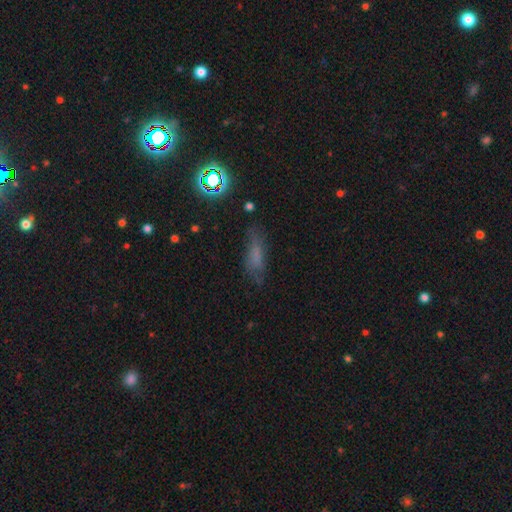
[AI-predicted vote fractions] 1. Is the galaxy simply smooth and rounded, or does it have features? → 54% smooth, 25% featured or disk, 22% star or artifact.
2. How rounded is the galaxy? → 49% in between, 46% cigar-shaped, 5% round.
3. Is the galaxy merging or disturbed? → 63% none, 23% minor disturbance, 11% major disturbance, 3% merger.